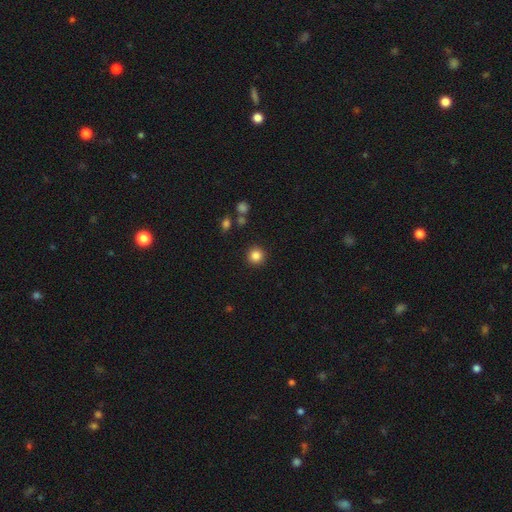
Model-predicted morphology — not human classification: type=smooth (84%); roundness=round (95%); merging=none (91%).